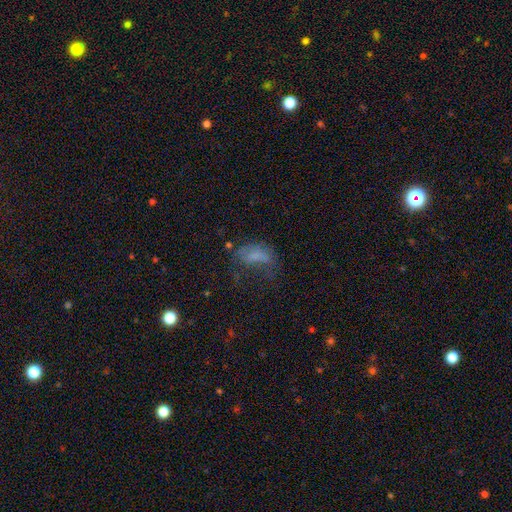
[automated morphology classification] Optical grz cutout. It shows a smooth galaxy with no disk features (53%) that is in between round and cigar-shaped (85%). Merging: major disturbance (43%).